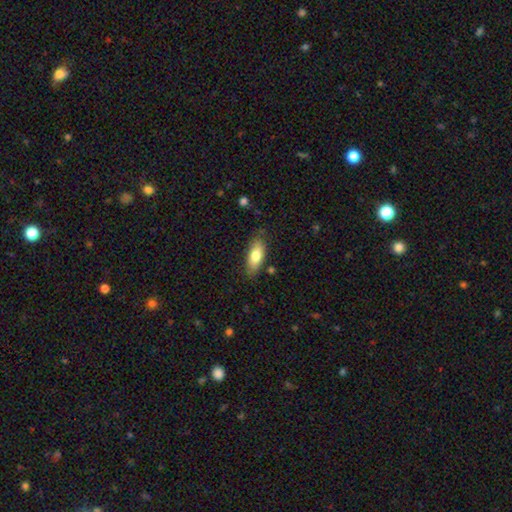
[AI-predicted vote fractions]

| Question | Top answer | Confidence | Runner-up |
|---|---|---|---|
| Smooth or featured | smooth | 77% | featured or disk (16%) |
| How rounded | in between | 79% | cigar-shaped (18%) |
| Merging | none | 79% | minor disturbance (16%) |